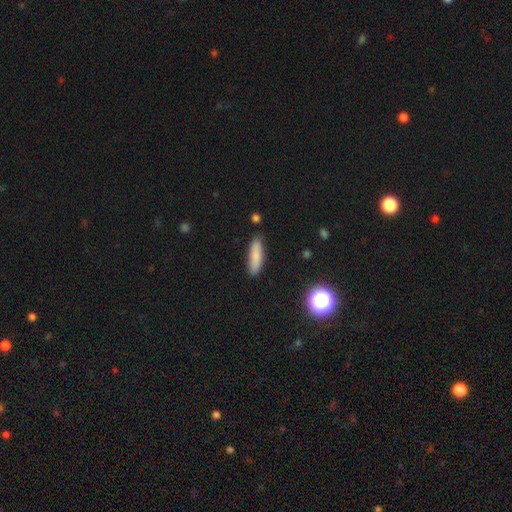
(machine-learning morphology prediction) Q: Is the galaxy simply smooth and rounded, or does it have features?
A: smooth — 82%.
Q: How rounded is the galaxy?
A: cigar-shaped — 69%.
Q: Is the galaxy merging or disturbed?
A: none — 85%.